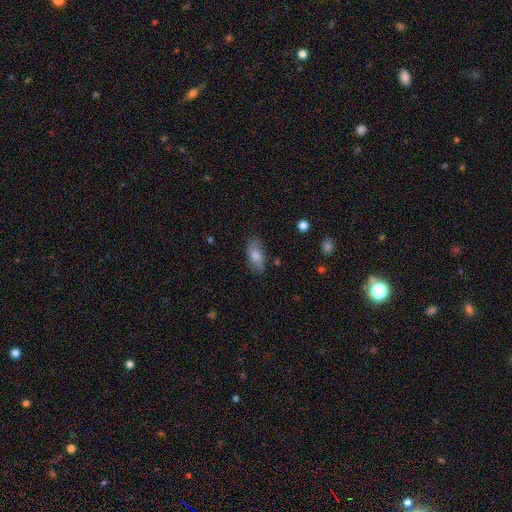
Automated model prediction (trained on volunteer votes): smooth 78%, featured or disk 15%, star or artifact 7%. Down the decision tree: how rounded — in between (86%); merging — none (75%).